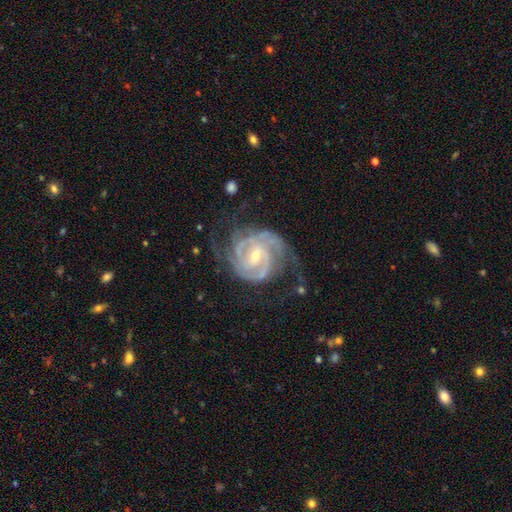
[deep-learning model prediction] Q: Smooth or featured?
A: featured or disk (92%); runner-up: star or artifact (4%)
Q: Edge-on disk?
A: no (98%); runner-up: yes (2%)
Q: Bar?
A: weak (44%); runner-up: no (37%)
Q: Spiral arms?
A: yes (98%); runner-up: no (2%)
Q: Spiral winding?
A: tight (62%); runner-up: medium (32%)
Q: Spiral arm count?
A: 2 (47%); runner-up: 3 (22%)
Q: Bulge size?
A: small (58%); runner-up: moderate (40%)
Q: Merging?
A: none (63%); runner-up: minor disturbance (21%)